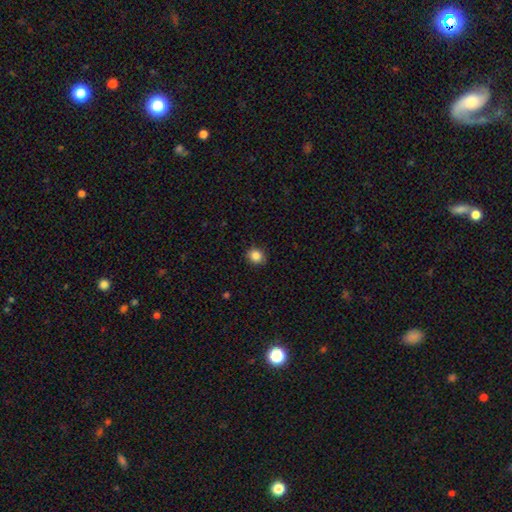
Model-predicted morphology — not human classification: Q: Smooth or featured?
A: smooth (86%); runner-up: star or artifact (10%)
Q: How rounded?
A: round (82%); runner-up: in between (17%)
Q: Merging?
A: none (89%); runner-up: minor disturbance (8%)